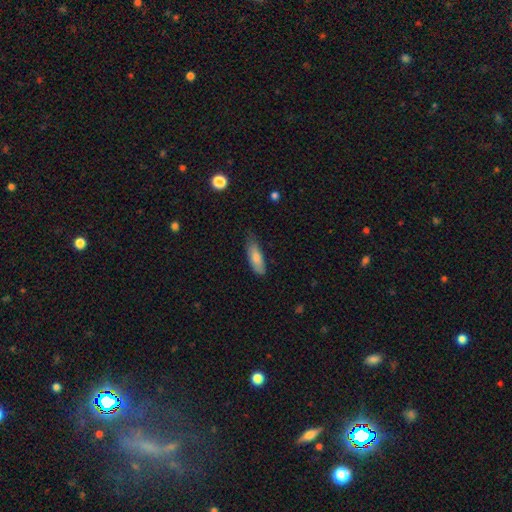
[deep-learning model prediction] A smooth galaxy with no disk features (78%) that is in between round and cigar-shaped (56%).

Vote fractions:
- Smooth or featured? smooth: 78% / featured or disk: 15% / star or artifact: 6%
- How rounded? in between: 56% / cigar-shaped: 42% / round: 2%
- Merging? none: 64% / minor disturbance: 29% / major disturbance: 5% / merger: 1%